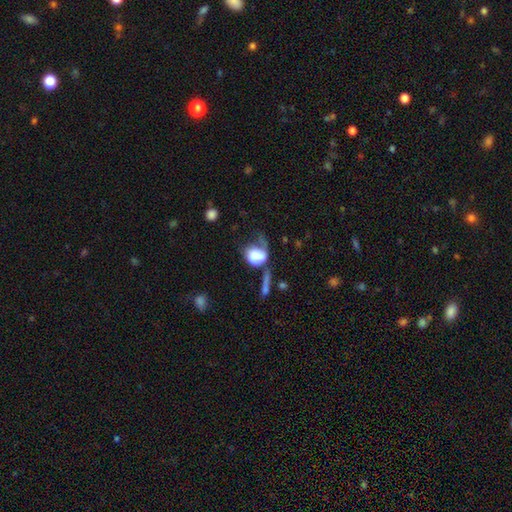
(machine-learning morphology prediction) smooth 67%, featured or disk 23%, star or artifact 9%. Down the decision tree: how rounded — round (52%); merging — major disturbance (39%).